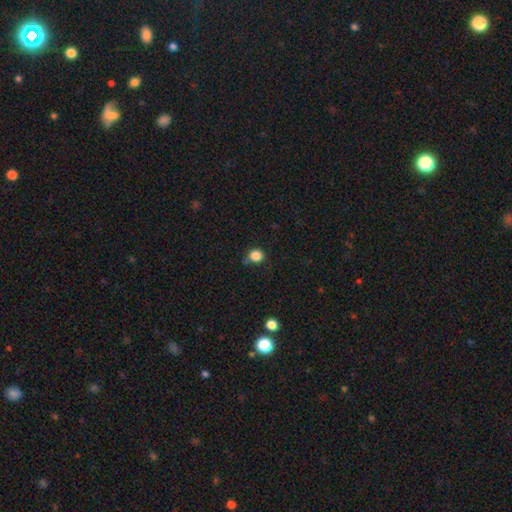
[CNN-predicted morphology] Smooth or featured? Predicted: smooth (p=0.84). How rounded? Predicted: round (p=0.82). Merging? Predicted: none (p=0.74).